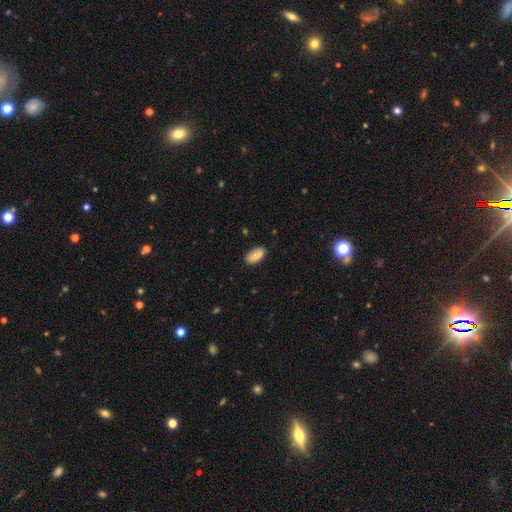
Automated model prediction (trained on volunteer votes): smooth-or-featured: smooth: 81% | featured or disk: 12% | star or artifact: 7%
  how-rounded: in between: 90% | cigar-shaped: 7% | round: 2%
  merging: none: 82% | minor disturbance: 13% | major disturbance: 2% | merger: 2%